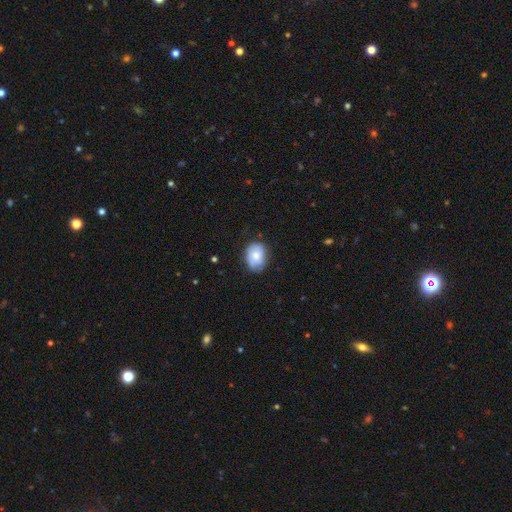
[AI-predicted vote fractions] This is likely a smooth galaxy (63%). How rounded: likely in between (63%). Merging: likely none (66%).